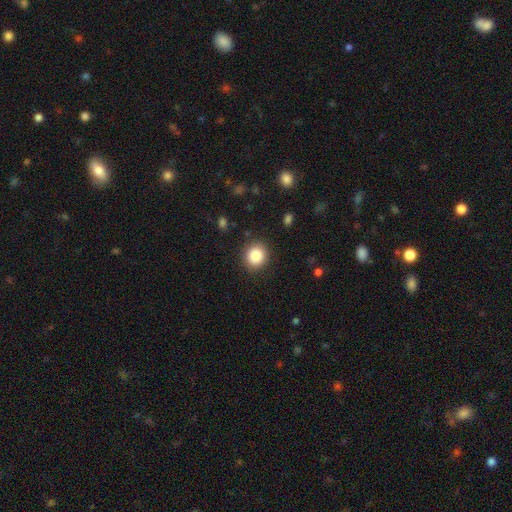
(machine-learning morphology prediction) The model was most divided on "how rounded": round: 83%, in between: 16%, cigar-shaped: 1%. More confident: merging — none (89%); smooth or featured — smooth (87%).